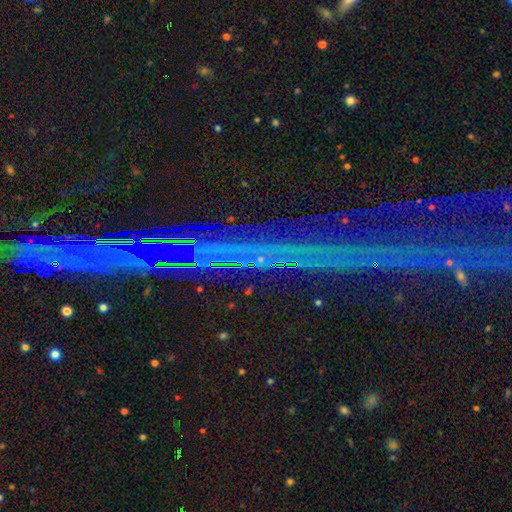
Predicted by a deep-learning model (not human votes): The model was most divided on "smooth or featured": star or artifact: 84%, featured or disk: 9%, smooth: 7%.